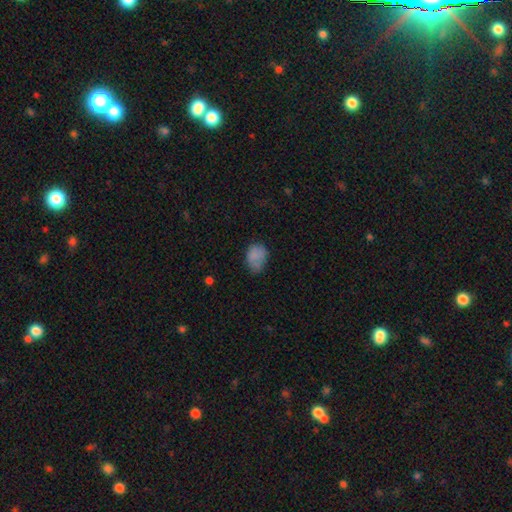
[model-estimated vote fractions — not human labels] Smooth or featured?
  - smooth: 81% *
  - star or artifact: 10%
  - featured or disk: 9%
How rounded?
  - in between: 69% *
  - round: 30%
  - cigar-shaped: 1%
Merging?
  - none: 51% *
  - minor disturbance: 34%
  - major disturbance: 12%
  - merger: 3%